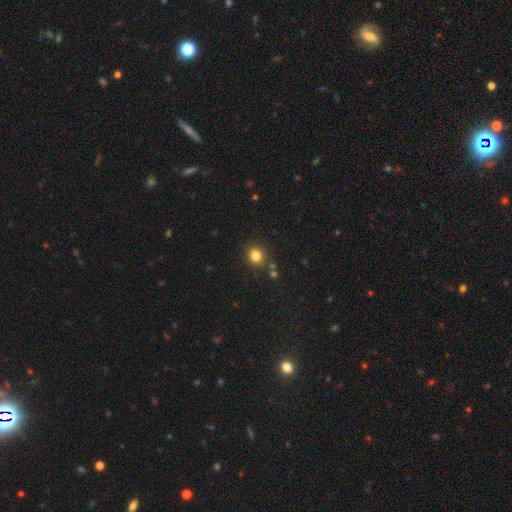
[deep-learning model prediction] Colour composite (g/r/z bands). It shows a smooth galaxy with no disk features (82%) that is round (83%). Merging: none (83%).